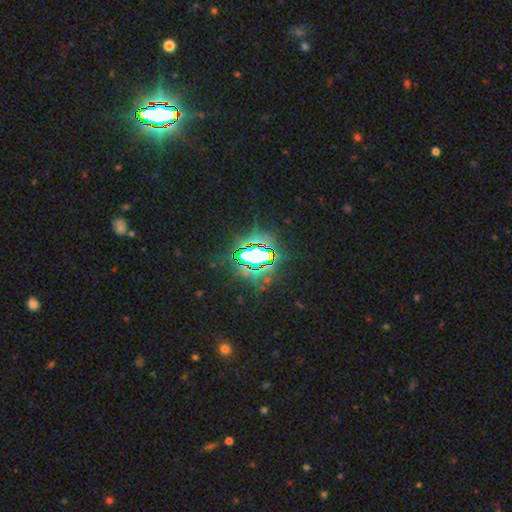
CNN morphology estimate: A star or artifact, not a galaxy (75%).